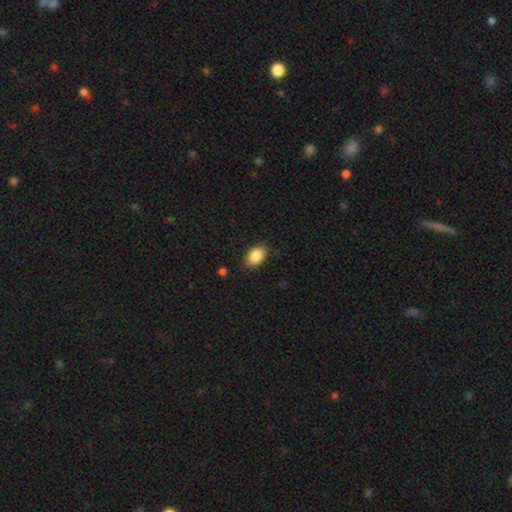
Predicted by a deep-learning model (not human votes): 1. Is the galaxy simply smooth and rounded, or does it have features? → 87% smooth, 7% star or artifact, 6% featured or disk.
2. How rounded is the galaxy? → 89% in between, 9% round, 1% cigar-shaped.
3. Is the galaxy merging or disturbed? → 86% none, 10% minor disturbance, 2% major disturbance, 1% merger.